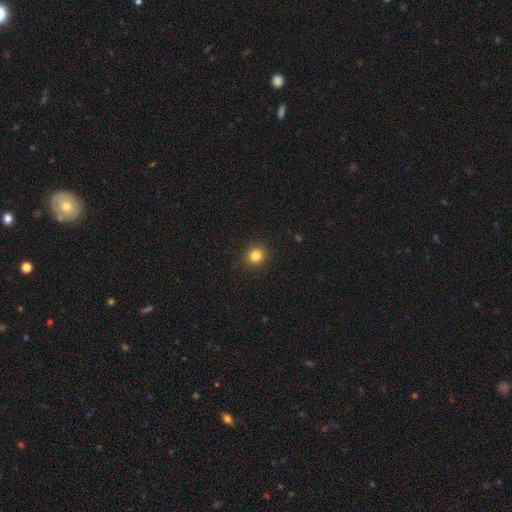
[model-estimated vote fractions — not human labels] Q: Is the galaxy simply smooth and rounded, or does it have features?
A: smooth — 83%.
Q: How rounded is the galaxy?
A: round — 87%.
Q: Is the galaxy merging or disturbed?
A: none — 91%.